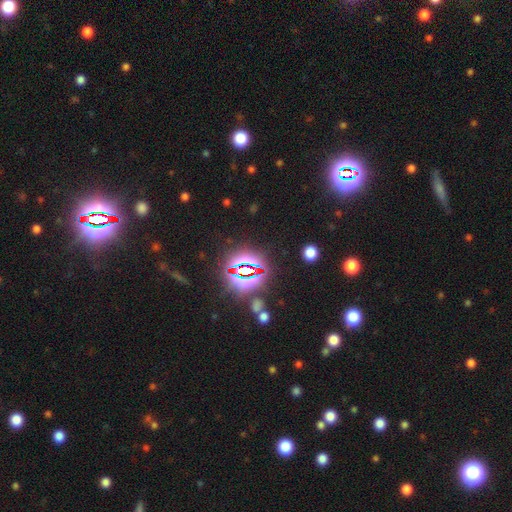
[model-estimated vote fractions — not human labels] This appears to be a star or artifact, not a galaxy (82%).